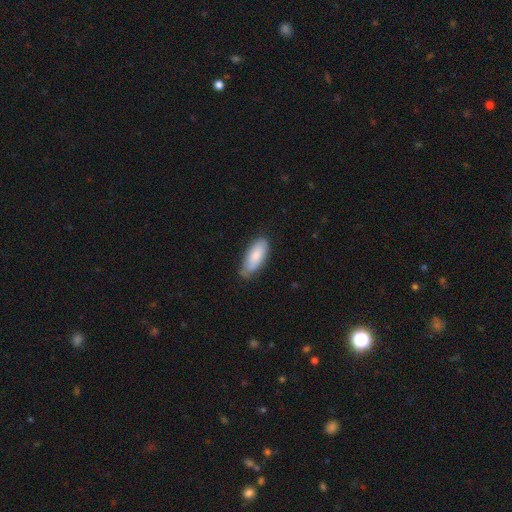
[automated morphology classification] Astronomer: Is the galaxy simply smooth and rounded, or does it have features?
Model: smooth — 80%.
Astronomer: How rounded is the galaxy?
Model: in between — 81%.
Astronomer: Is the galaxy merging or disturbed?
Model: none — 67%.